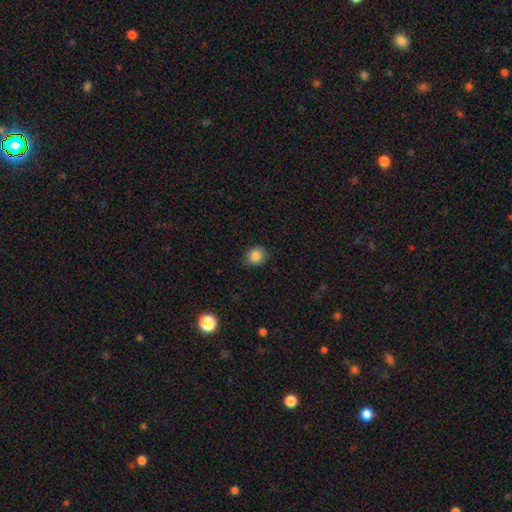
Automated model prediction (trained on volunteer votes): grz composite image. It shows a smooth galaxy with no disk features (85%) that is round (65%). Merging: none (83%).